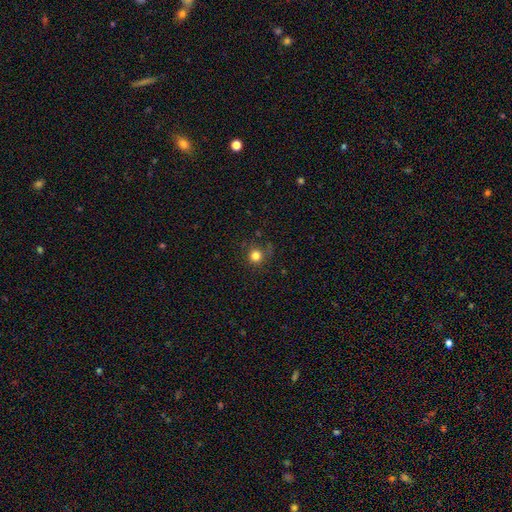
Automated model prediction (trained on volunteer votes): Smooth or featured? Predicted: smooth (p=0.81). How rounded? Predicted: round (p=0.94). Merging? Predicted: none (p=0.83).